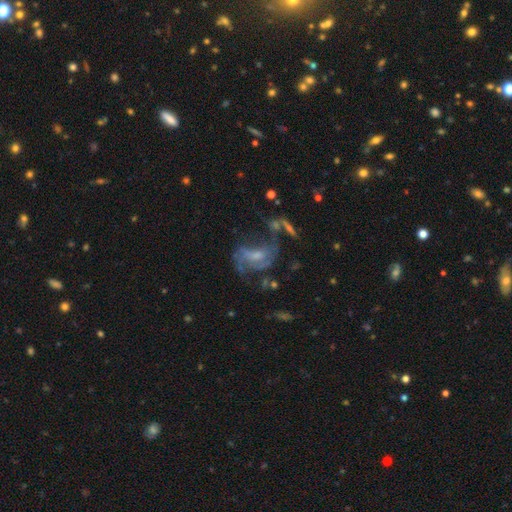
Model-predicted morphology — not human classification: Q: Smooth or featured?
A: featured or disk (71%); runner-up: smooth (18%)
Q: Edge-on disk?
A: no (96%); runner-up: yes (4%)
Q: Bar?
A: no (44%); tied with: weak (44%)
Q: Spiral arms?
A: yes (74%); runner-up: no (26%)
Q: Bulge size?
A: moderate (39%); runner-up: small (34%)
Q: Merging?
A: none (36%); runner-up: major disturbance (34%)